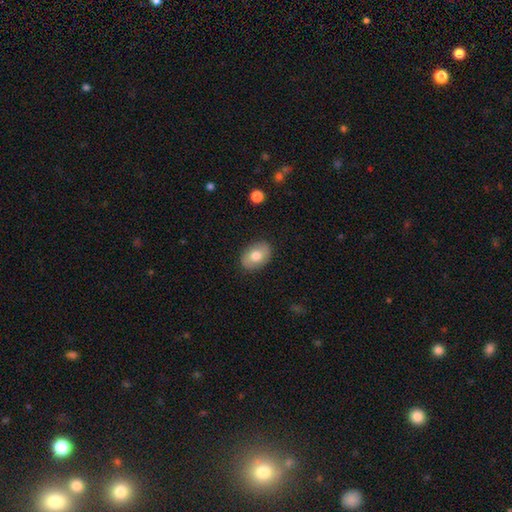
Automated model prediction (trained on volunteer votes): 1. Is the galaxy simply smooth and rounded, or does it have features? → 75% smooth, 19% featured or disk, 7% star or artifact.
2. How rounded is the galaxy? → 81% in between, 18% round, 1% cigar-shaped.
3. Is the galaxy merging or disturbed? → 86% none, 11% minor disturbance, 2% major disturbance, 1% merger.